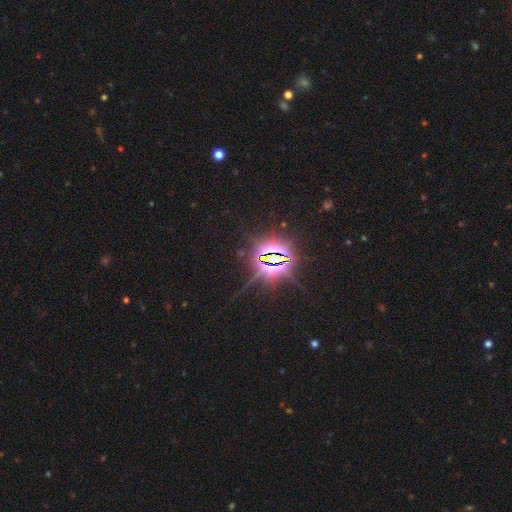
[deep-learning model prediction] Smooth or featured: star or artifact — 86% (featured or disk — 7%)